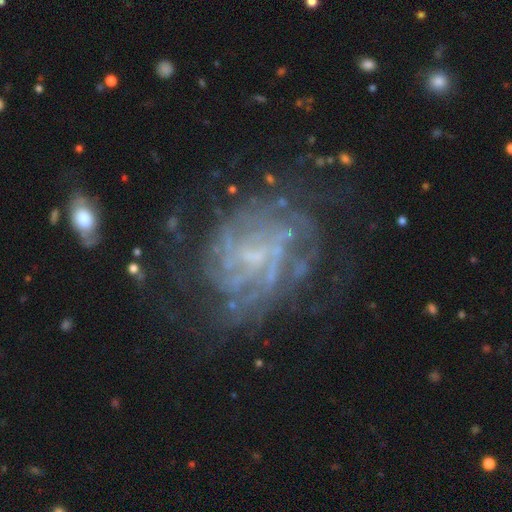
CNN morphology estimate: type=featured or disk (82%); edge-on=no (97%); bar=no (46%); spiral arms=yes (89%); winding=tight (57%); arm count=can't tell (46%); bulge=small (56%); merging=none (64%).